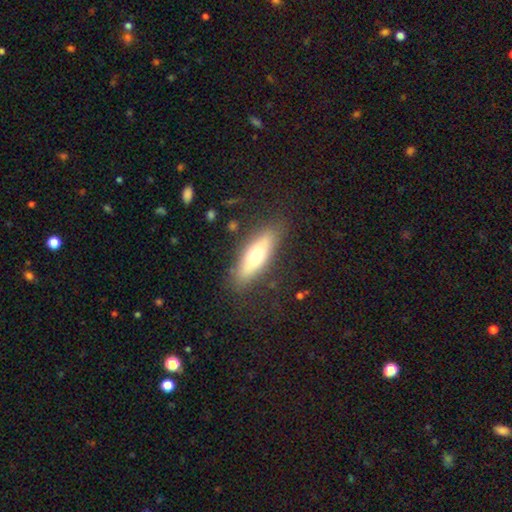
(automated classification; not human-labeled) smooth-or-featured: smooth: 59% | featured or disk: 35% | star or artifact: 7%
  how-rounded: in between: 52% | cigar-shaped: 45% | round: 3%
  merging: none: 84% | minor disturbance: 11% | major disturbance: 3% | merger: 1%